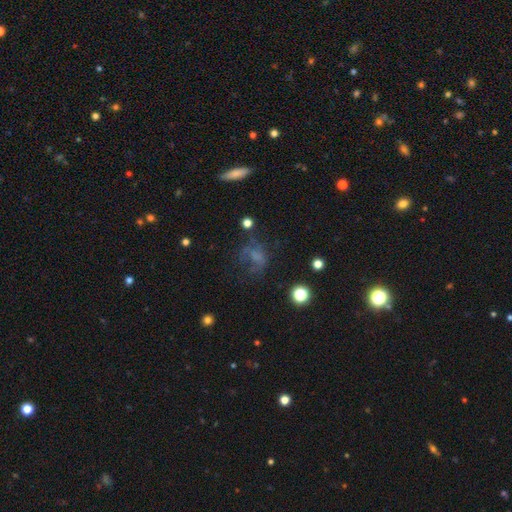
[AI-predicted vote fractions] smooth-or-featured: smooth: 44% | featured or disk: 31% | star or artifact: 25%
  merging: none: 42% | major disturbance: 32% | minor disturbance: 21% | merger: 5%